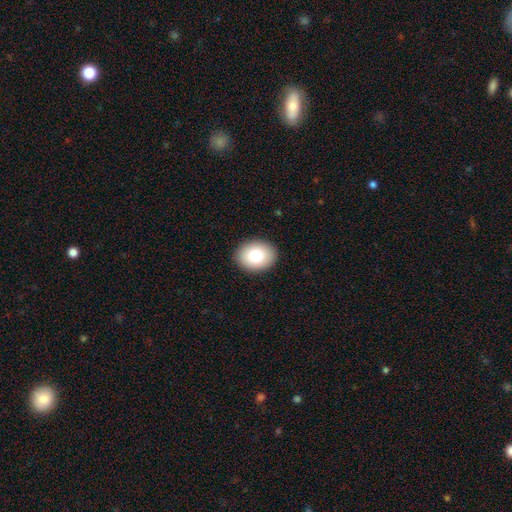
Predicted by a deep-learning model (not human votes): A smooth galaxy with no disk features (80%) that is in between round and cigar-shaped (60%). Merging: none (90%).